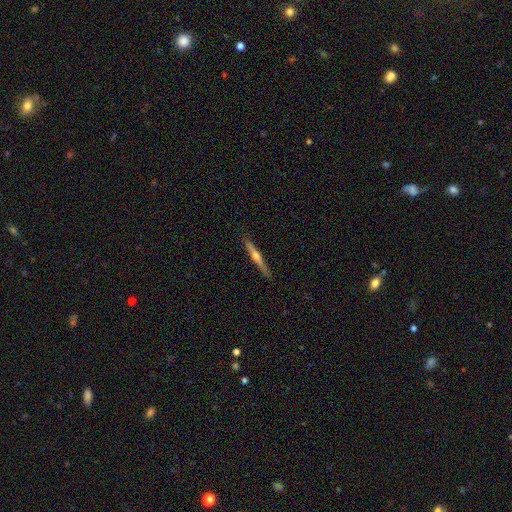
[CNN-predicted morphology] The model was most divided on "smooth or featured": featured or disk: 67%, smooth: 28%, star or artifact: 6%. More confident: edge-on disk — yes (98%); edge-on bulge — rounded (90%); merging — none (88%).